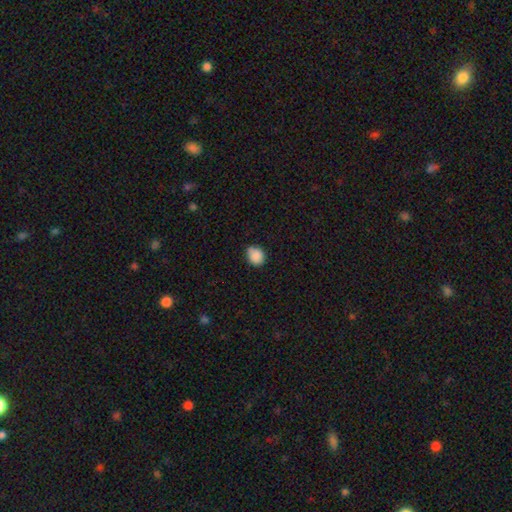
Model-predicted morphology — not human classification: smooth-or-featured: smooth: 87% | star or artifact: 9% | featured or disk: 4%
  how-rounded: round: 64% | in between: 35% | cigar-shaped: 1%
  merging: none: 71% | minor disturbance: 23% | major disturbance: 3% | merger: 2%